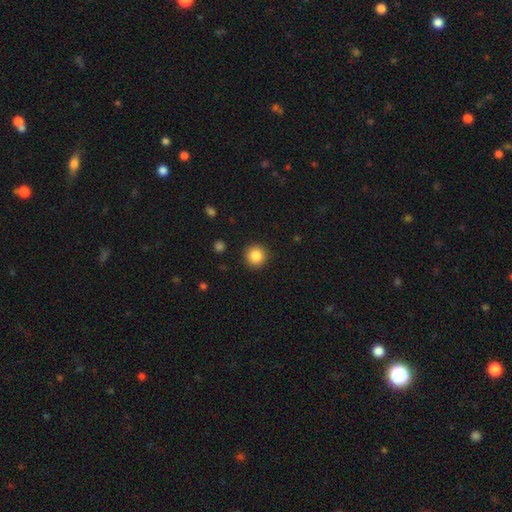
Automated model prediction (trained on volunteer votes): Q: Smooth or featured?
A: smooth (86%); runner-up: star or artifact (10%)
Q: How rounded?
A: round (95%); runner-up: in between (4%)
Q: Merging?
A: none (91%); runner-up: minor disturbance (6%)